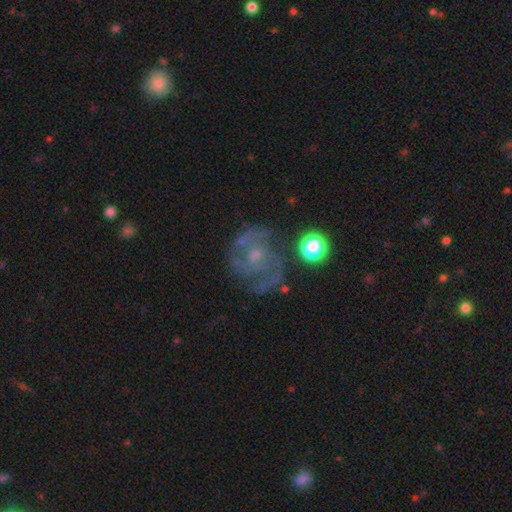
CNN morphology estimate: smooth-or-featured: featured or disk: 76% | smooth: 13% | star or artifact: 11%
  disk-edge-on: no: 98% | yes: 2%
    bar: no: 69% | weak: 27% | strong: 4%
    has-spiral-arms: yes: 85% | no: 15%
      spiral-winding: medium: 45% | tight: 38% | loose: 16%
      spiral-arm-count: can't tell: 31% | 2: 26% | 3: 24% | 4: 8% | 1: 6% | more than 4: 5%
    bulge-size: small: 59% | moderate: 29% | none: 9% | large: 2% | dominant: 1%
  merging: none: 59% | minor disturbance: 19% | major disturbance: 17% | merger: 5%